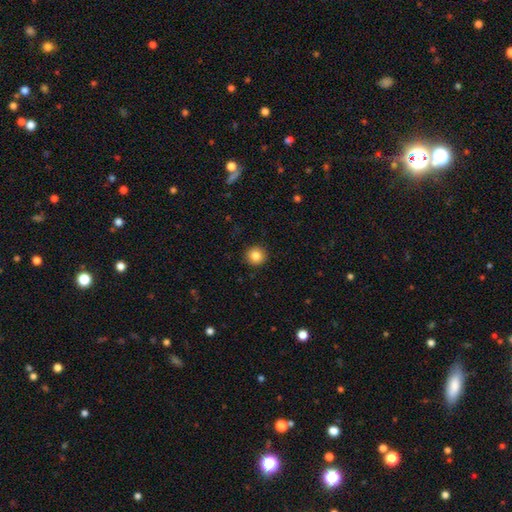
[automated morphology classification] Smooth or featured: smooth — 85% (star or artifact — 10%)
How rounded: round — 94% (in between — 5%)
Merging: none — 92% (minor disturbance — 5%)